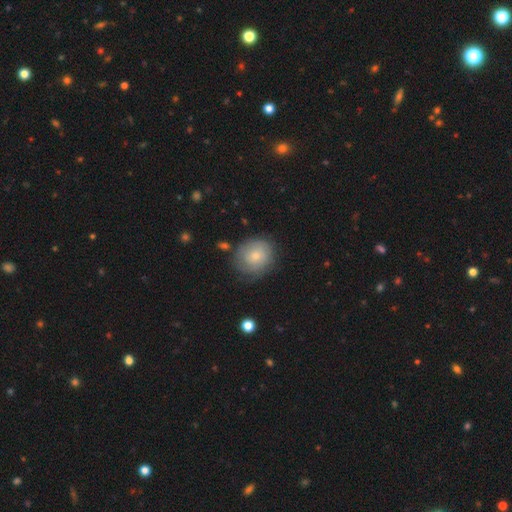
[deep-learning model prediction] Morphology: type=smooth (63%); roundness=round (82%); merging=none (66%).